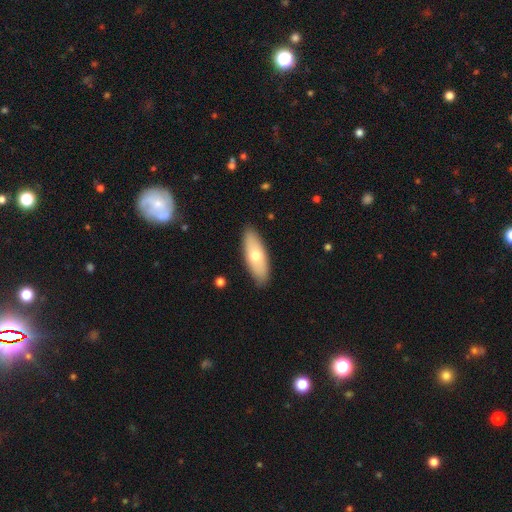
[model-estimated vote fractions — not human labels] smooth_or_featured: smooth (p=0.66) [alt: featured or disk p=0.28]
how_rounded: in between (p=0.69) [alt: cigar-shaped p=0.28]
merging: none (p=0.88) [alt: minor disturbance p=0.09]